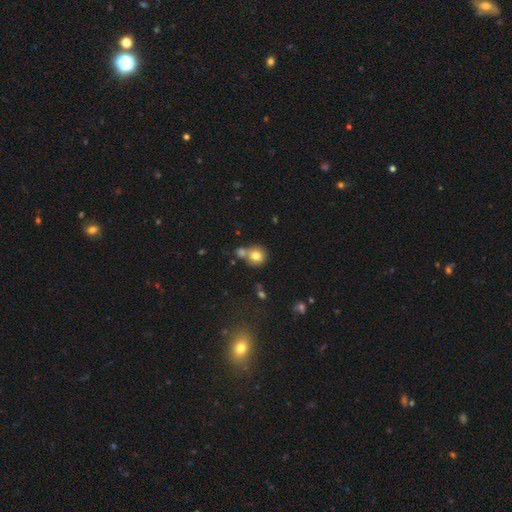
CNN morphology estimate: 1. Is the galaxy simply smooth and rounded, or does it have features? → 79% smooth, 11% featured or disk, 11% star or artifact.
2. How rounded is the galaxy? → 86% round, 13% in between, 1% cigar-shaped.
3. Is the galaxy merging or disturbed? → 52% none, 34% merger, 10% minor disturbance, 3% major disturbance.